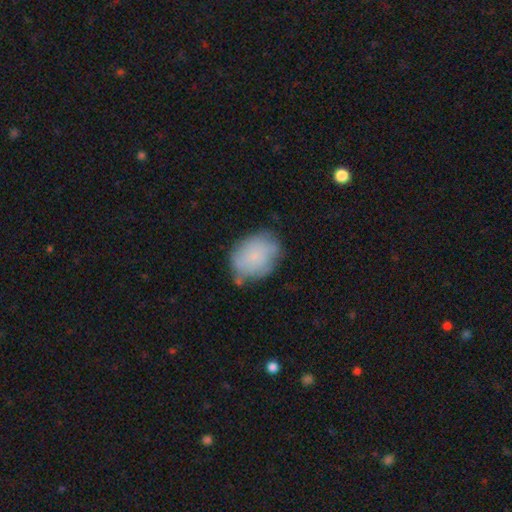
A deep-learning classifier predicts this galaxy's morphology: Overall: smooth (71%). How rounded: in between (66%; round 33%). Merging: none (60%; minor disturbance 28%).